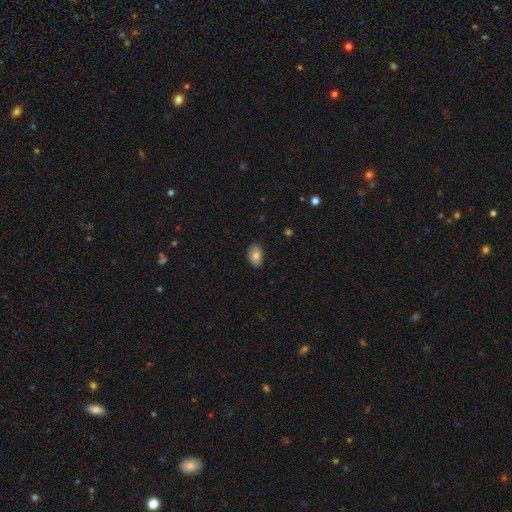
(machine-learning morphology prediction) smooth 78%, featured or disk 15%, star or artifact 8%. Down the decision tree: how rounded — in between (84%); merging — none (86%).